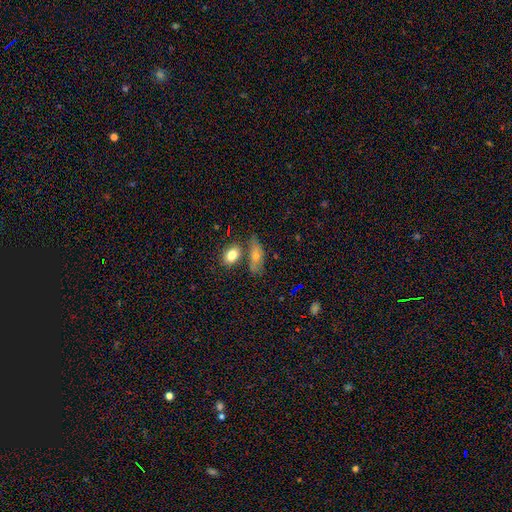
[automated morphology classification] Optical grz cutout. It shows a smooth galaxy with no disk features (62%) that is in between round and cigar-shaped (69%). Merging: none (59%).